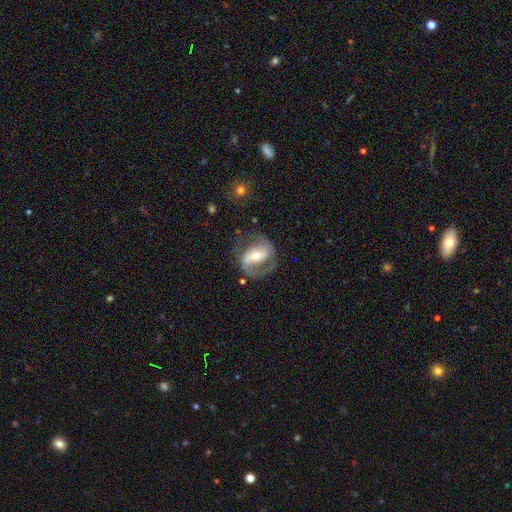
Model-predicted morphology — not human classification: Smooth or featured: featured or disk — 84% (smooth — 11%)
Edge-on disk: no — 97% (yes — 3%)
Bar: strong — 40% (weak — 36%)
Spiral arms: yes — 93% (no — 7%)
Spiral winding: medium — 51% (tight — 26%)
Spiral arm count: 2 — 78% (1 — 14%)
Bulge size: moderate — 63% (small — 29%)
Merging: none — 68% (minor disturbance — 17%)